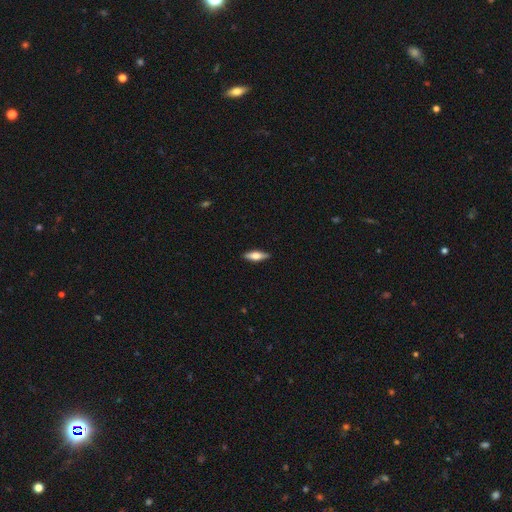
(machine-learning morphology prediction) type=smooth (56%); roundness=in between (49%, tied with cigar-shaped); merging=none (89%).